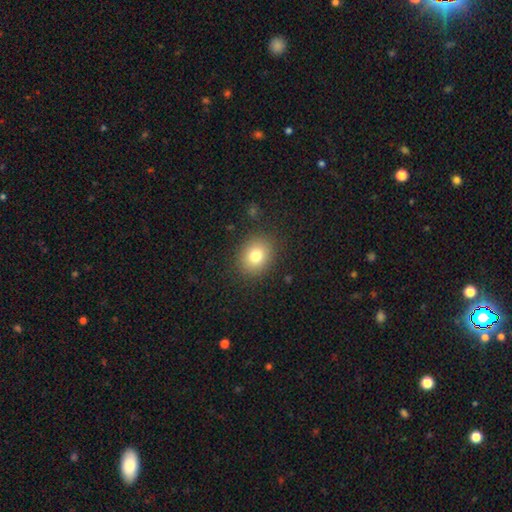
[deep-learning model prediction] smooth_or_featured: smooth (p=0.79) [alt: star or artifact p=0.11]
how_rounded: round (p=0.64) [alt: in between p=0.36]
merging: none (p=0.88) [alt: minor disturbance p=0.08]